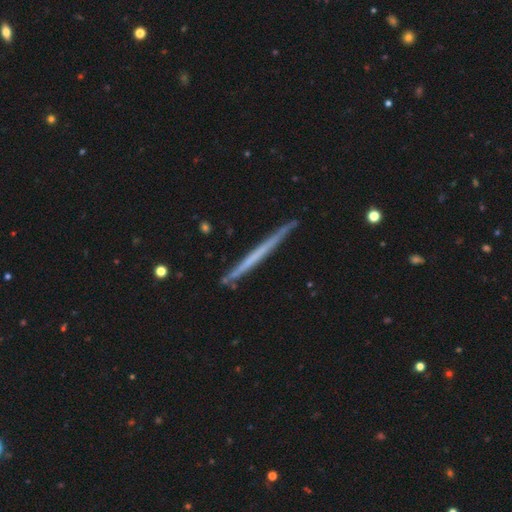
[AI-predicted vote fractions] featured or disk 54%, smooth 41%, star or artifact 5%. Down the decision tree: edge-on disk — yes (97%); edge-on bulge — none (93%); merging — none (88%).